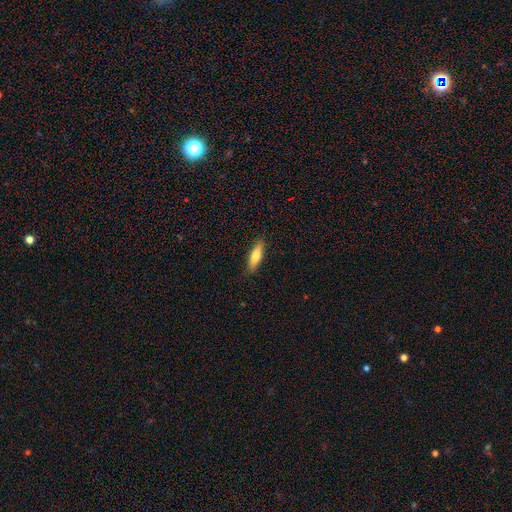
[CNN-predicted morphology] Smooth or featured?
  - smooth: 73% *
  - featured or disk: 21%
  - star or artifact: 6%
How rounded?
  - cigar-shaped: 60% *
  - in between: 38%
  - round: 2%
Merging?
  - none: 88% *
  - minor disturbance: 9%
  - major disturbance: 2%
  - merger: 1%